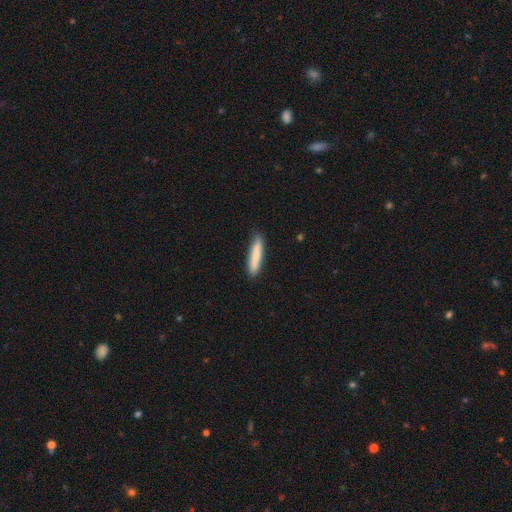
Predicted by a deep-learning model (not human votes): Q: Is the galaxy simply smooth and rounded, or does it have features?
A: smooth — 79%.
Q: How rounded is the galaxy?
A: cigar-shaped — 89%.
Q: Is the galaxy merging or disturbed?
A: none — 85%.